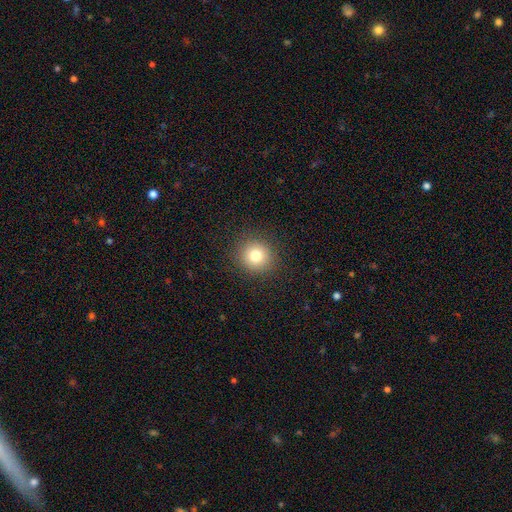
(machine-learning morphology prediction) Q: Smooth or featured?
A: smooth (78%); runner-up: star or artifact (13%)
Q: How rounded?
A: round (92%); runner-up: in between (7%)
Q: Merging?
A: none (91%); runner-up: minor disturbance (6%)